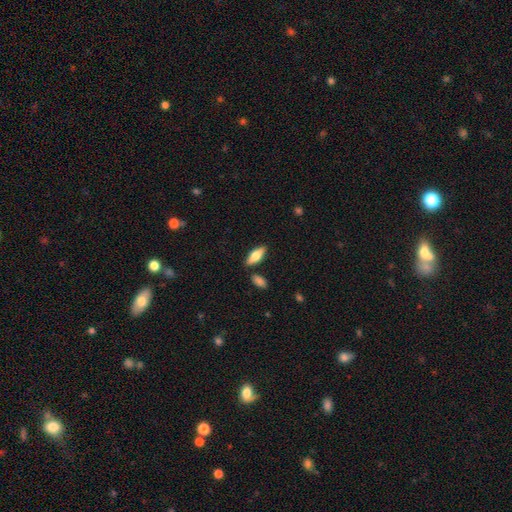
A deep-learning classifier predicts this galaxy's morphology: Overall: smooth (64%; featured or disk 30%). How rounded: in between (68%; cigar-shaped 29%). Merging: none (83%).